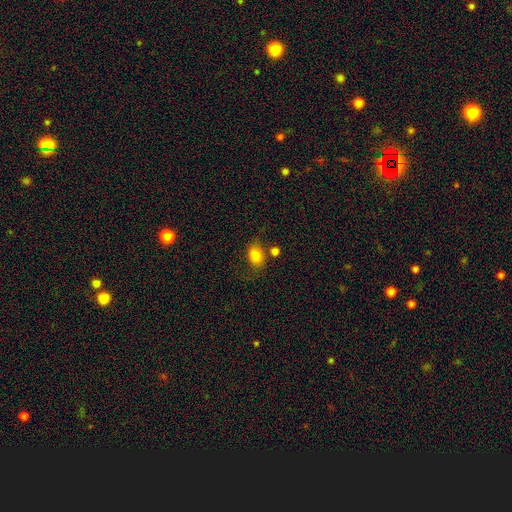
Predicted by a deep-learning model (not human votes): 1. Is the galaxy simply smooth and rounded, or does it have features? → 81% smooth, 10% star or artifact, 9% featured or disk.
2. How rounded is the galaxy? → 69% in between, 30% round, 1% cigar-shaped.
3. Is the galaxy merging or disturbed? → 60% none, 20% minor disturbance, 12% merger, 8% major disturbance.